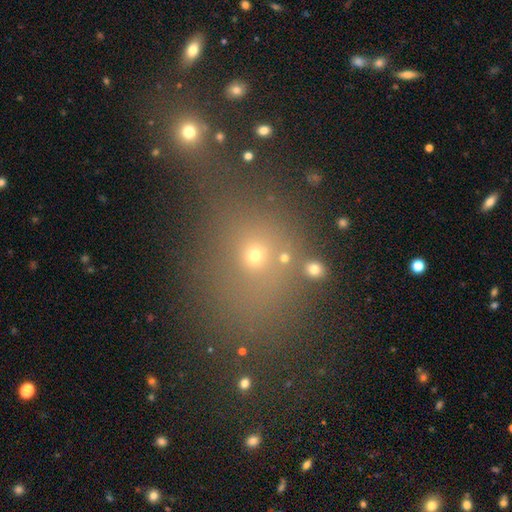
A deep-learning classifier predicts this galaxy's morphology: type=smooth (57%); roundness=round (56%); merging=none (59%).